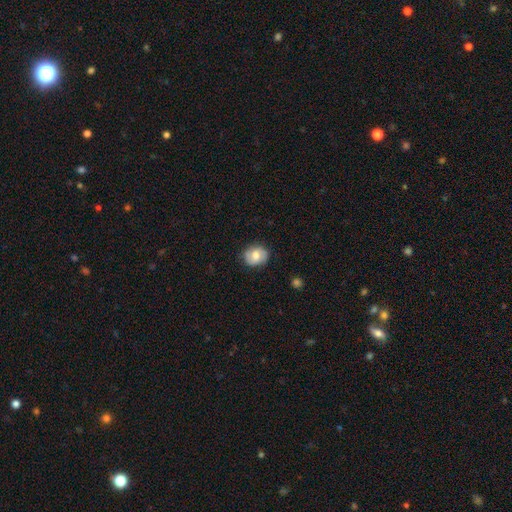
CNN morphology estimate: The model was most divided on "how rounded": round: 59%, in between: 40%, cigar-shaped: 1%. More confident: merging — none (82%); smooth or featured — smooth (65%).